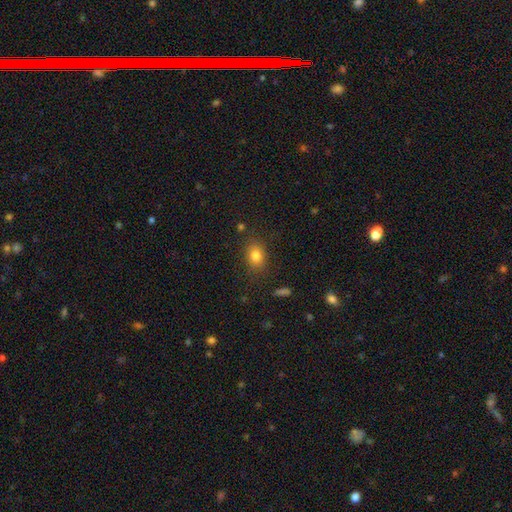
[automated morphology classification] Overall: smooth (81%). How rounded: in between (65%; round 34%). Merging: none (83%).